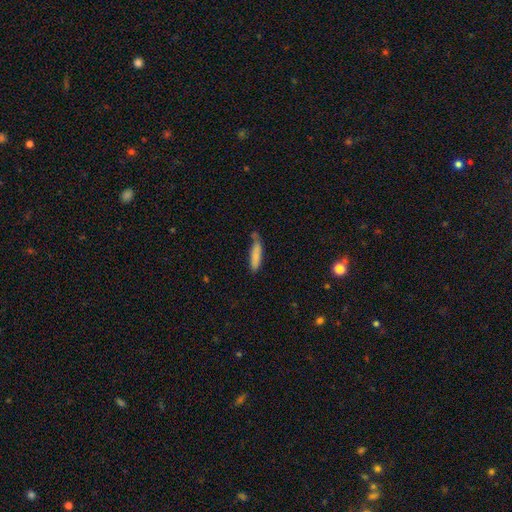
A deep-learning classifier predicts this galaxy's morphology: A smooth galaxy with no disk features (80%) that is cigar-shaped (70%). Merging: none (54%).